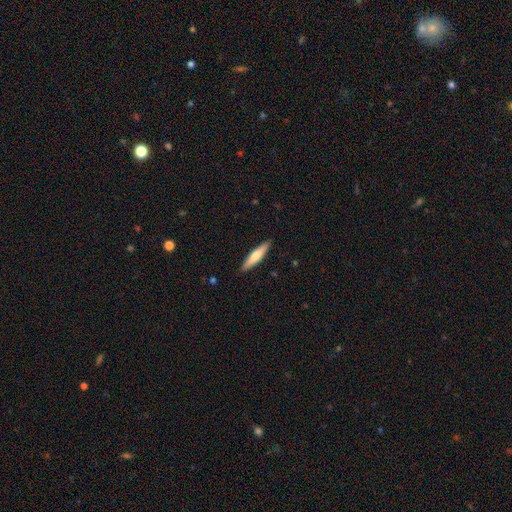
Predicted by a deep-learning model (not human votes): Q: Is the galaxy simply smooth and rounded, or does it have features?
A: smooth — 64%.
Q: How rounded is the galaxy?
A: cigar-shaped — 83%.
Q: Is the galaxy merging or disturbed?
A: none — 90%.